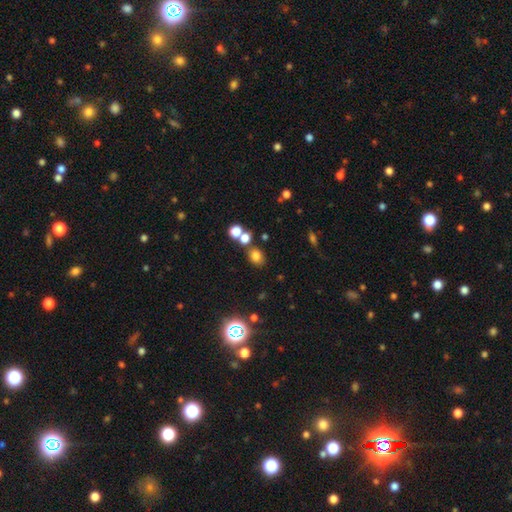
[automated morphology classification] smooth 74%, star or artifact 19%, featured or disk 7%. Down the decision tree: how rounded — round (56%); merging — none (70%).